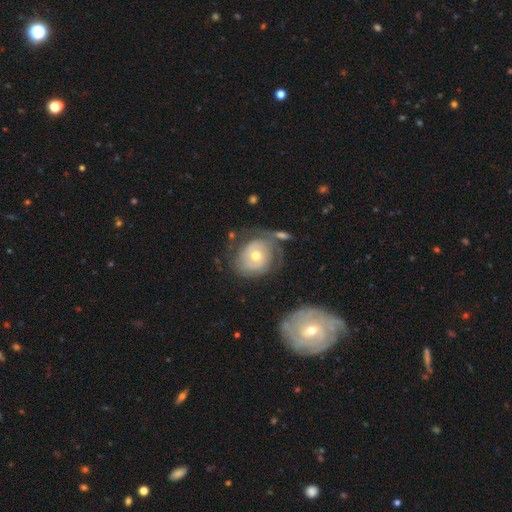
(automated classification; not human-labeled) smooth-or-featured: featured or disk: 69% | smooth: 25% | star or artifact: 6%
  disk-edge-on: no: 96% | yes: 4%
    bar: no: 78% | weak: 18% | strong: 4%
    has-spiral-arms: yes: 82% | no: 18%
      spiral-winding: tight: 67% | medium: 23% | loose: 10%
      spiral-arm-count: can't tell: 40% | 2: 33% | 3: 10% | 1: 10% | 4: 4% | more than 4: 3%
    bulge-size: moderate: 61% | small: 34% | large: 4% | none: 1% | dominant: 1%
  merging: none: 50% | minor disturbance: 21% | major disturbance: 17% | merger: 13%